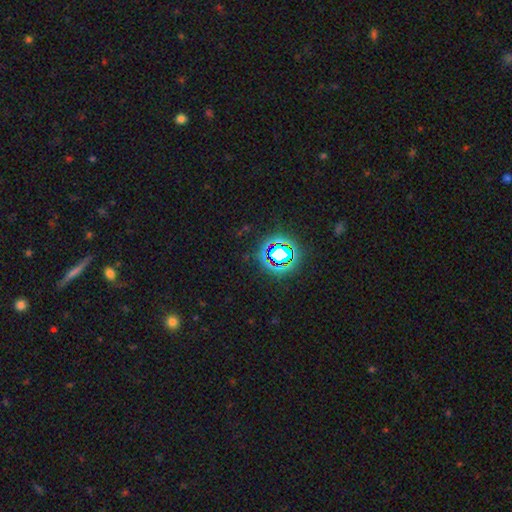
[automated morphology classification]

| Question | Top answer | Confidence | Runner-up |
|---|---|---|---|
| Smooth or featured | star or artifact | 77% | smooth (15%) |